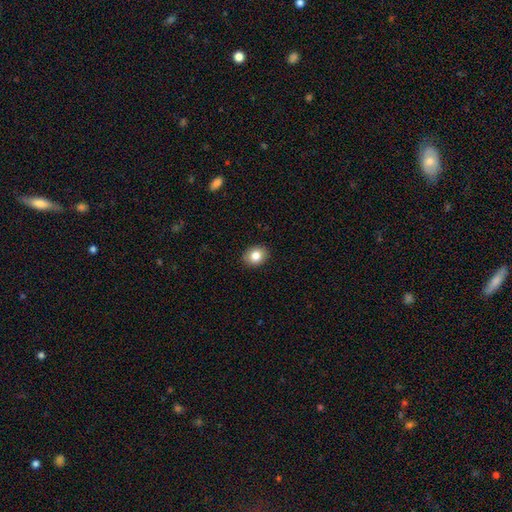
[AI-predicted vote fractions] Smooth or featured? Predicted: smooth (p=0.83). How rounded? Predicted: round (p=0.51). Merging? Predicted: none (p=0.90).